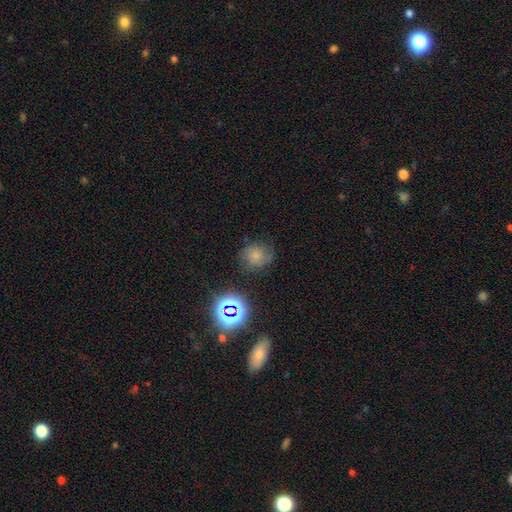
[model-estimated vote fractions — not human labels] Smooth or featured?
  - smooth: 57% *
  - featured or disk: 21%
  - star or artifact: 21%
How rounded?
  - round: 74% *
  - in between: 25%
  - cigar-shaped: 1%
Merging?
  - none: 64% *
  - minor disturbance: 24%
  - major disturbance: 10%
  - merger: 2%